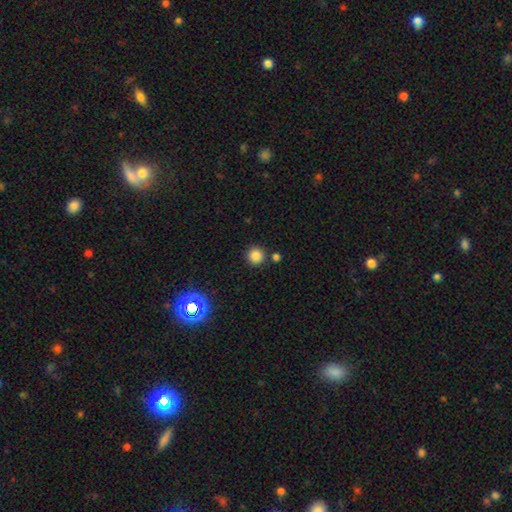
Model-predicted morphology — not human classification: smooth_or_featured: smooth (p=0.83) [alt: star or artifact p=0.13]
how_rounded: round (p=0.94) [alt: in between p=0.05]
merging: none (p=0.85) [alt: merger p=0.07]